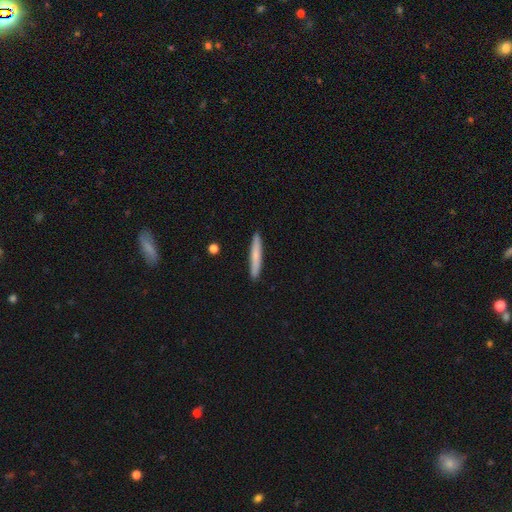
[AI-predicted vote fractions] The model was most divided on "smooth or featured": smooth: 72%, featured or disk: 22%, star or artifact: 6%. More confident: how rounded — cigar-shaped (95%); merging — none (91%).